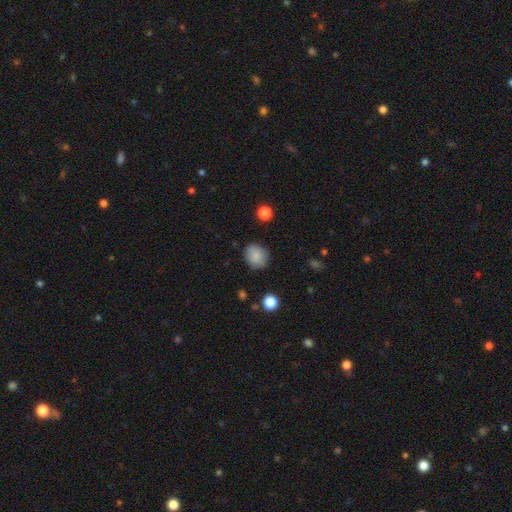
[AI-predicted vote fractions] Morphology: type=smooth (84%); roundness=round (72%); merging=none (81%).